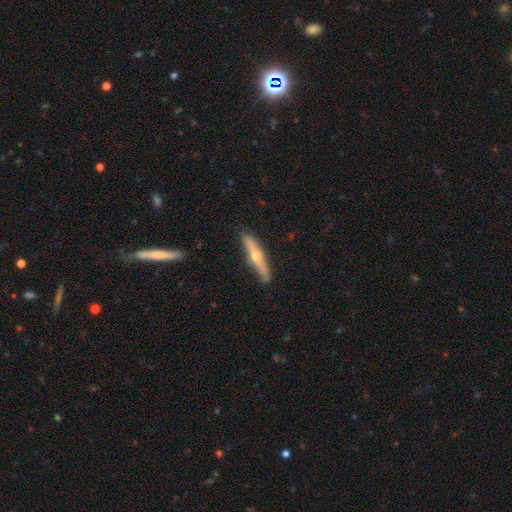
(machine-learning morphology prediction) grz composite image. It shows a featured or disk galaxy (60%) viewed edge-on (93%) with a rounded central bulge (91%). Merging: none (85%).